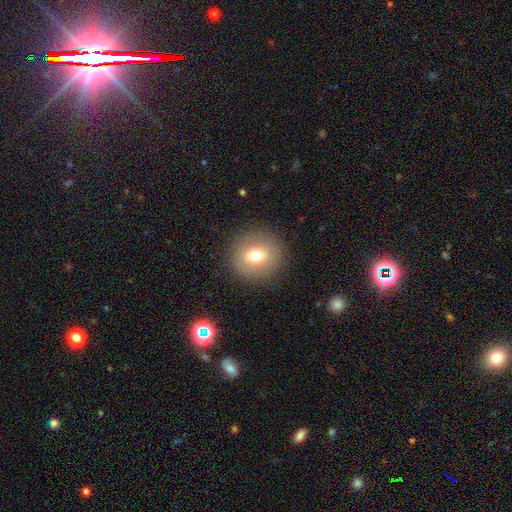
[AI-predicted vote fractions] Smooth or featured? Predicted: smooth (p=0.69). How rounded? Predicted: round (p=0.91). Merging? Predicted: none (p=0.88).